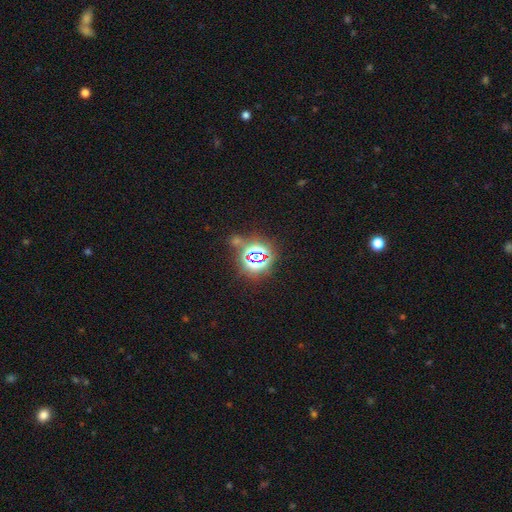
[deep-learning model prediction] smooth-or-featured: star or artifact: 74% | smooth: 17% | featured or disk: 9%